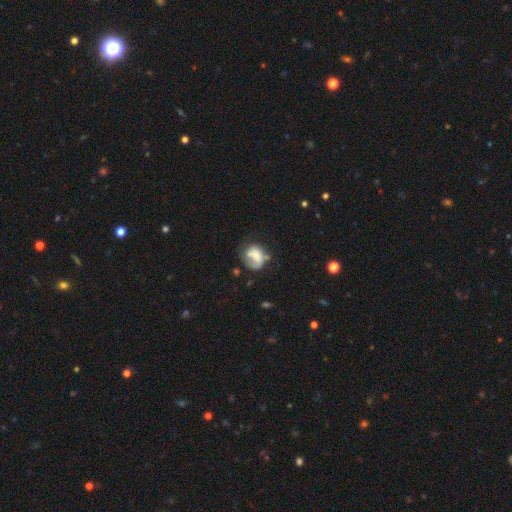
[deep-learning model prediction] Smooth or featured? Predicted: smooth (p=0.57). How rounded? Predicted: round (p=0.54). Merging? Predicted: none (p=0.35).